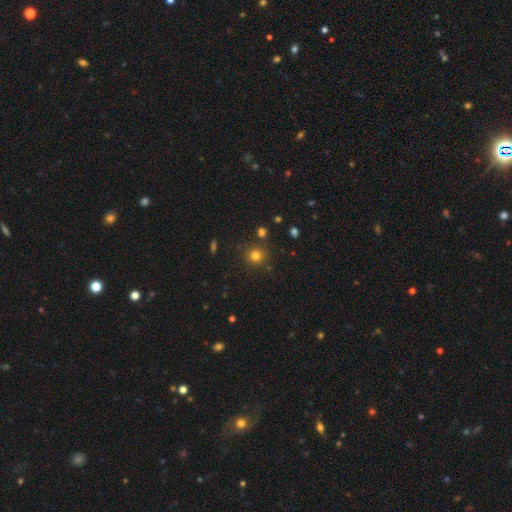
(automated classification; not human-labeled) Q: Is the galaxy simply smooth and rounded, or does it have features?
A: smooth — 77%.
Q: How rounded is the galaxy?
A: round — 92%.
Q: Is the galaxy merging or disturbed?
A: none — 86%.